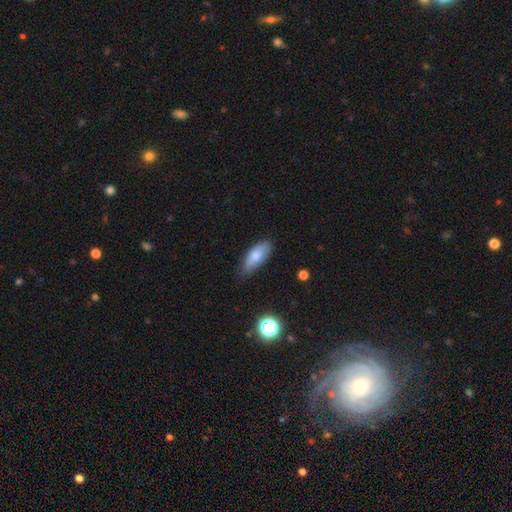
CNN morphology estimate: Smooth or featured? Predicted: smooth (p=0.77). How rounded? Predicted: in between (p=0.81). Merging? Predicted: none (p=0.72).